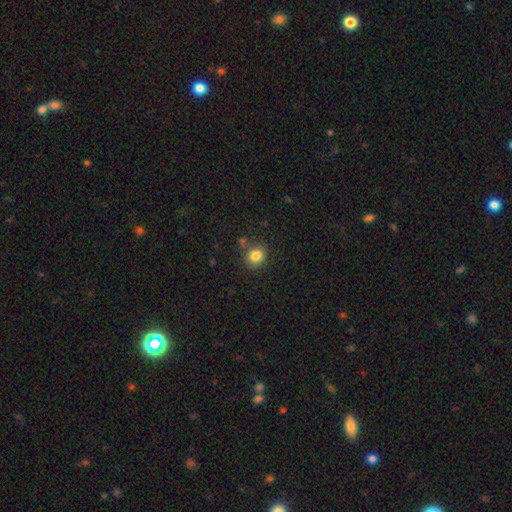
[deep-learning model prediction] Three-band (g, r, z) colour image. It shows a smooth galaxy with no disk features (84%) that is round (71%). Merging: none (76%).